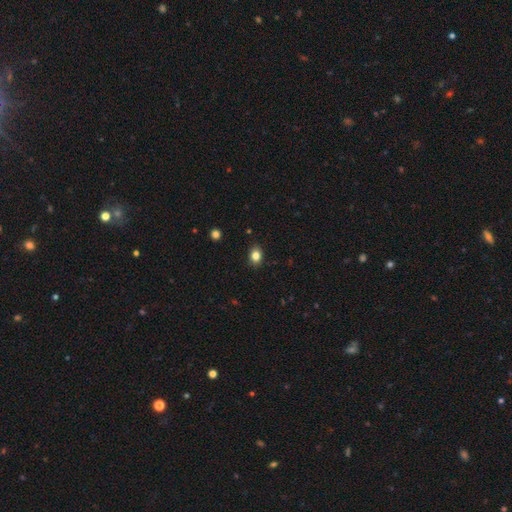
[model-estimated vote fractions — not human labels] The model was most divided on "how rounded": in between: 65%, round: 34%, cigar-shaped: 1%. More confident: merging — none (87%); smooth or featured — smooth (83%).